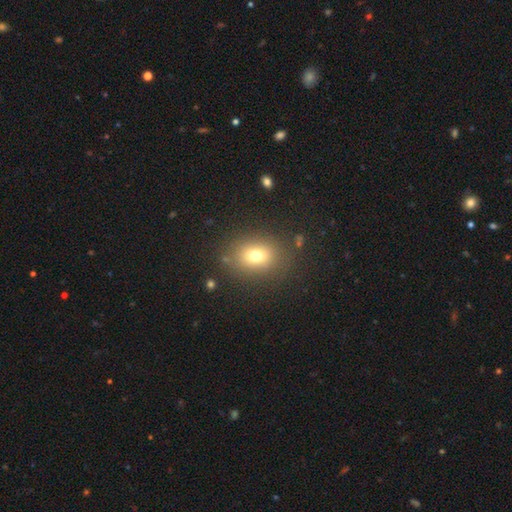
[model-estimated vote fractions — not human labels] Smooth or featured?
  - smooth: 73% *
  - star or artifact: 15%
  - featured or disk: 12%
How rounded?
  - round: 53% *
  - in between: 46%
  - cigar-shaped: 1%
Merging?
  - none: 82% *
  - minor disturbance: 10%
  - major disturbance: 5%
  - merger: 2%